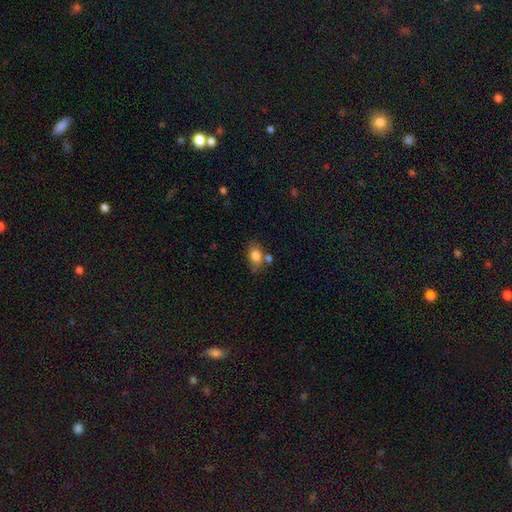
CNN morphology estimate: type=smooth (82%); roundness=in between (78%); merging=none (62%).